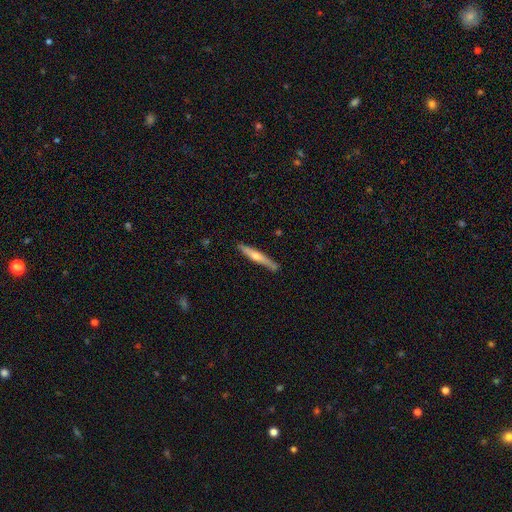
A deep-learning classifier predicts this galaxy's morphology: Smooth or featured? Predicted: featured or disk (p=0.52). Edge-on disk? Predicted: yes (p=0.95). Merging? Predicted: none (p=0.83).